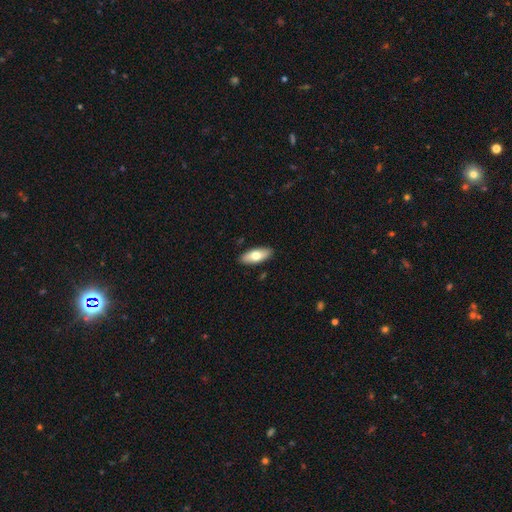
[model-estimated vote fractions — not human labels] Q: Smooth or featured?
A: smooth (72%); runner-up: featured or disk (22%)
Q: How rounded?
A: in between (79%); runner-up: cigar-shaped (18%)
Q: Merging?
A: none (89%); runner-up: minor disturbance (8%)